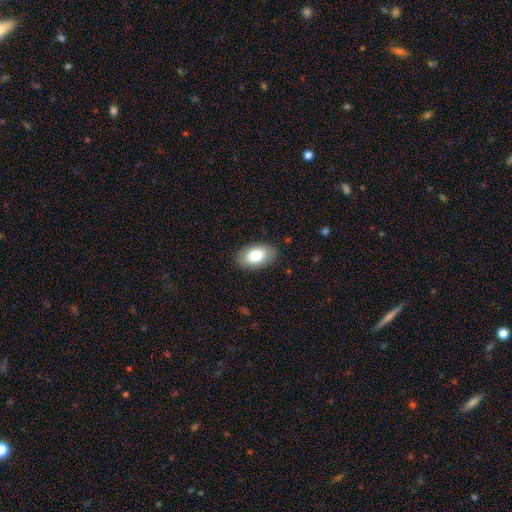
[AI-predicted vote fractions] The model was most divided on "smooth or featured": smooth: 78%, featured or disk: 15%, star or artifact: 7%. More confident: how rounded — in between (92%); merging — none (87%).